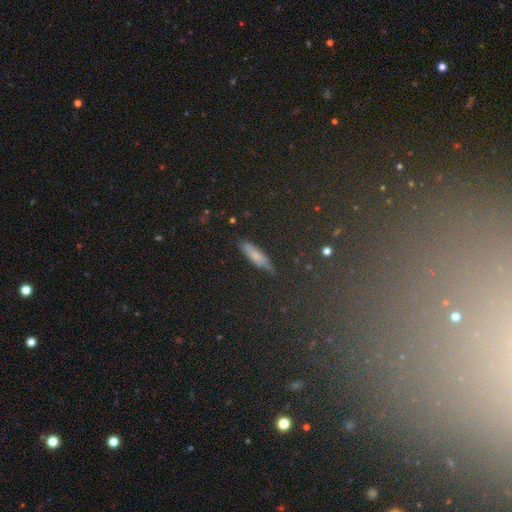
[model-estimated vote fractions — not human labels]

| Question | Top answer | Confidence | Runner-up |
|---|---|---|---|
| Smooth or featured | smooth | 66% | featured or disk (20%) |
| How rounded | cigar-shaped | 65% | in between (30%) |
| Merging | none | 79% | minor disturbance (15%) |